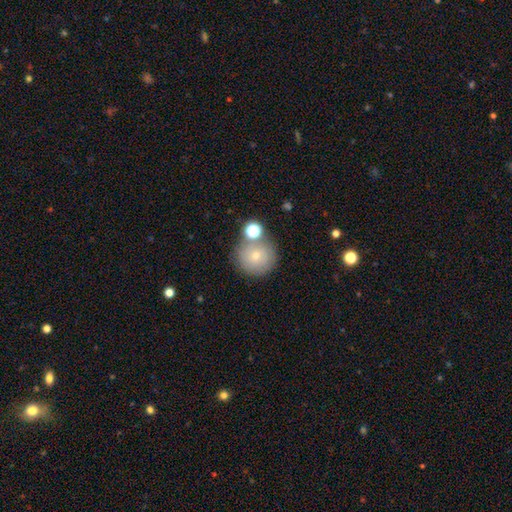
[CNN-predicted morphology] type=smooth (71%); roundness=round (92%); merging=none (68%).